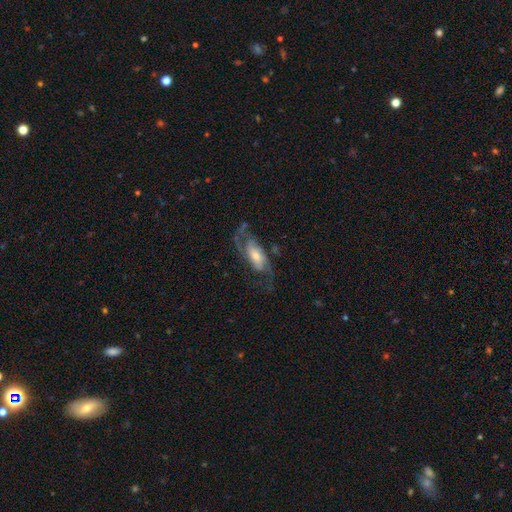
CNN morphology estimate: Overall: featured or disk (81%). Edge-on disk: no (92%). Bar: no (45%; weak 38%). Spiral arms: yes (94%). Spiral arm count: 2 (85%). Spiral winding: medium (49%; loose 32%). Bulge size: moderate (45%; small 35%). Merging: none (64%).